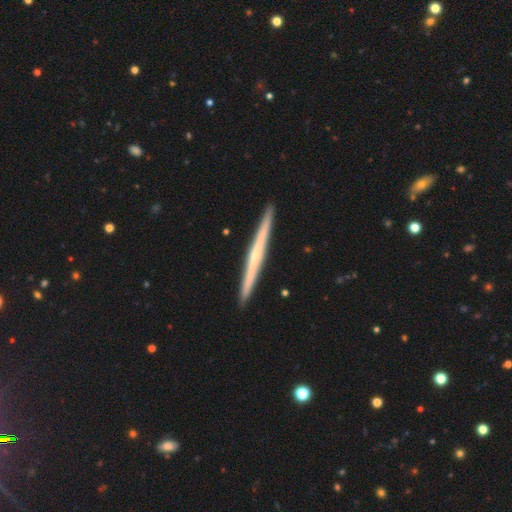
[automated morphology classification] Overall: featured or disk (63%; smooth 32%). Edge-on disk: yes (98%). Edge-on bulge: none (69%). Merging: none (93%).